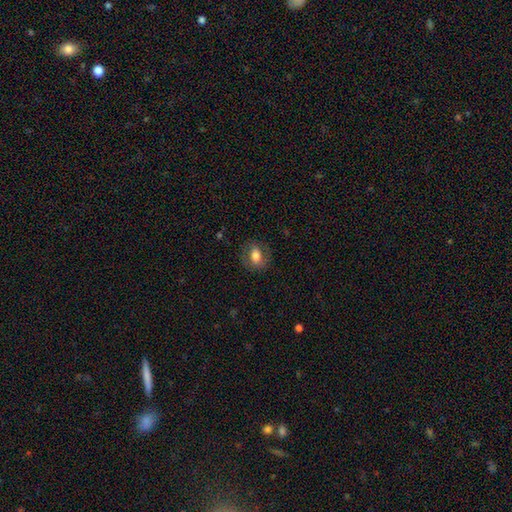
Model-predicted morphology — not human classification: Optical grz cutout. It shows a smooth galaxy with no disk features (67%) that is in between round and cigar-shaped (64%). Merging: none (78%).